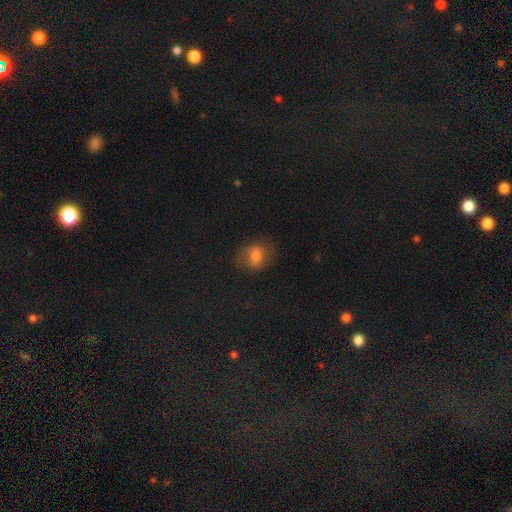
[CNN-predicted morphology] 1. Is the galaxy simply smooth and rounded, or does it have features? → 66% smooth, 22% featured or disk, 12% star or artifact.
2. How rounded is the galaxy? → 53% in between, 45% round, 1% cigar-shaped.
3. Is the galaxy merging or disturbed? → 73% none, 18% minor disturbance, 8% major disturbance, 1% merger.